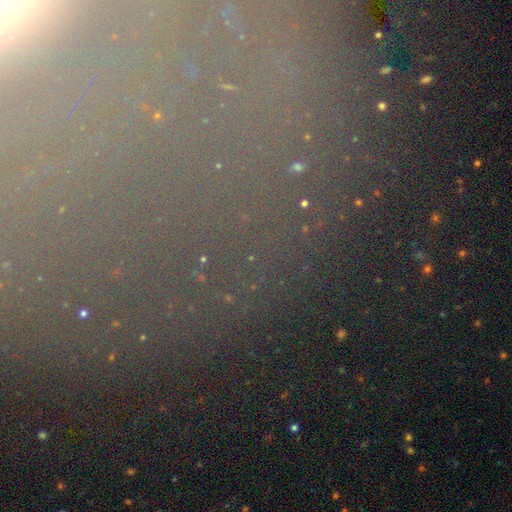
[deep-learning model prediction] Q: Smooth or featured?
A: star or artifact (75%); runner-up: smooth (13%)